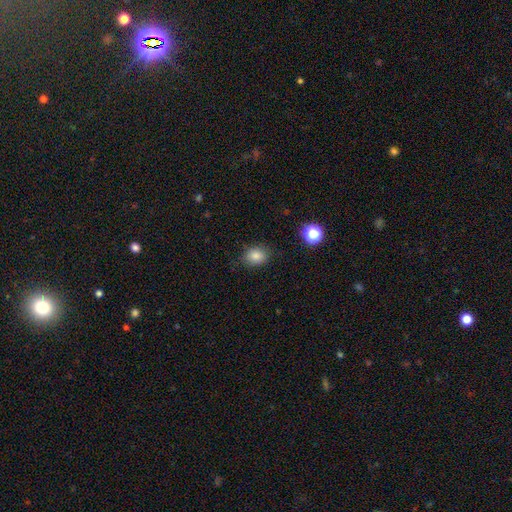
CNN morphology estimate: Smooth or featured? Predicted: smooth (p=0.83). How rounded? Predicted: in between (p=0.52). Merging? Predicted: none (p=0.81).